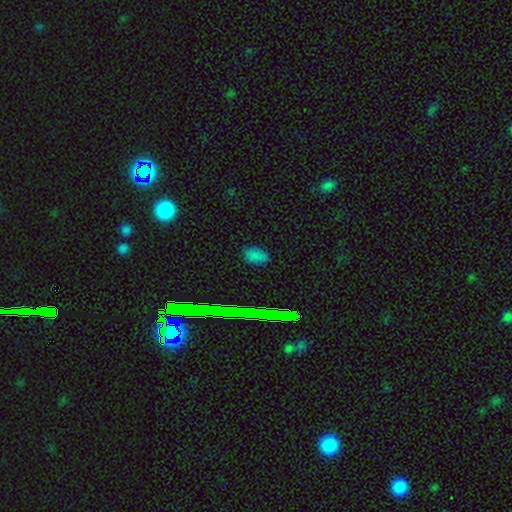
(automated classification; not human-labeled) A smooth galaxy with no disk features (78%) that is in between round and cigar-shaped (77%). Merging: none (86%).